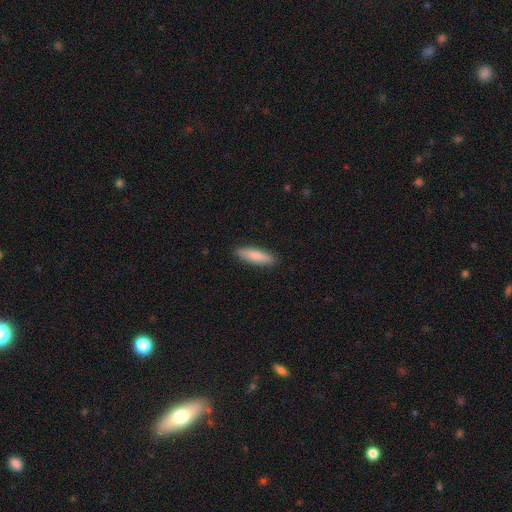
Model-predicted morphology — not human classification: This is clearly a smooth galaxy (81%). How rounded: likely cigar-shaped (67%). Merging: clearly none (90%).